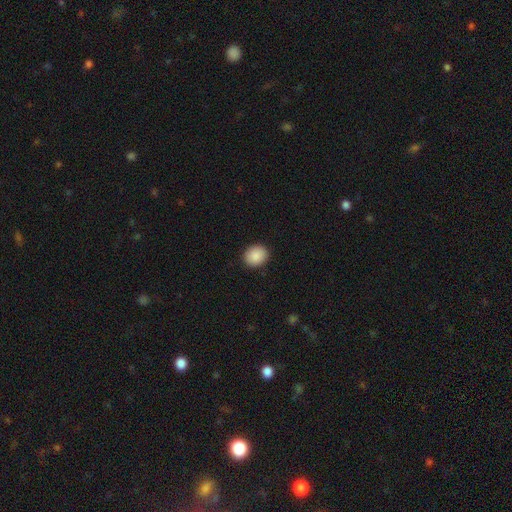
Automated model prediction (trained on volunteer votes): smooth 89%, star or artifact 7%, featured or disk 3%. Down the decision tree: how rounded — round (63%); merging — none (91%).